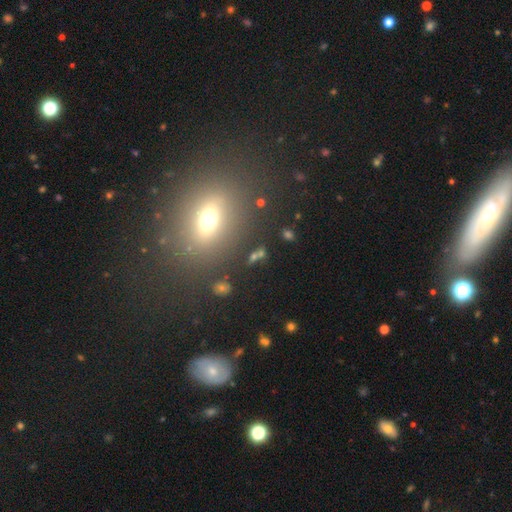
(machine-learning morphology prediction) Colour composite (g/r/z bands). It shows a smooth galaxy with no disk features (52%) that is in between round and cigar-shaped (60%). Merging: none (79%).